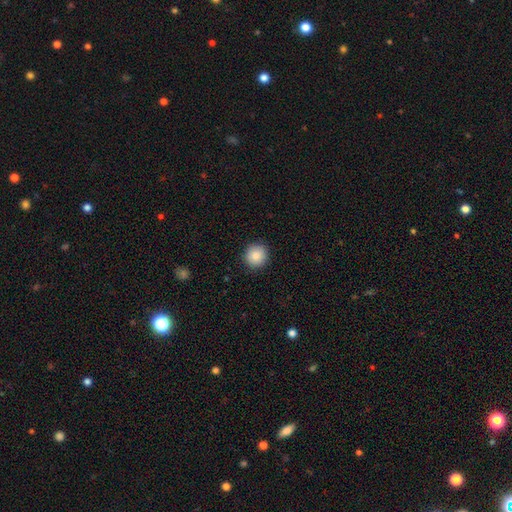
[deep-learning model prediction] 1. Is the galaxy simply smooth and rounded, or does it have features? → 86% smooth, 9% star or artifact, 5% featured or disk.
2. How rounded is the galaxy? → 94% round, 5% in between, 1% cigar-shaped.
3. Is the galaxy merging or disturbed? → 91% none, 6% minor disturbance, 2% major disturbance, 1% merger.